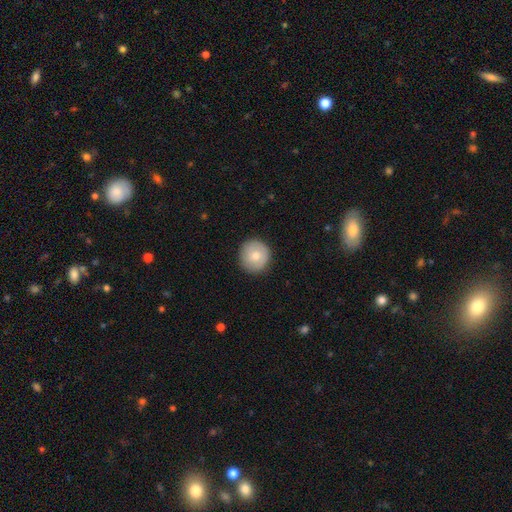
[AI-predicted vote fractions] smooth 75%, featured or disk 19%, star or artifact 7%. Down the decision tree: how rounded — round (94%); merging — none (88%).